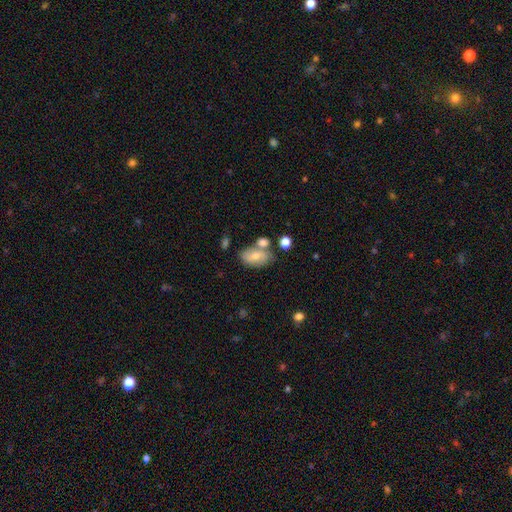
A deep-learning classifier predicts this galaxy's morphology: smooth_or_featured: smooth (p=0.69) [alt: featured or disk p=0.23]
how_rounded: in between (p=0.89) [alt: round p=0.08]
merging: none (p=0.52) [alt: merger p=0.26]